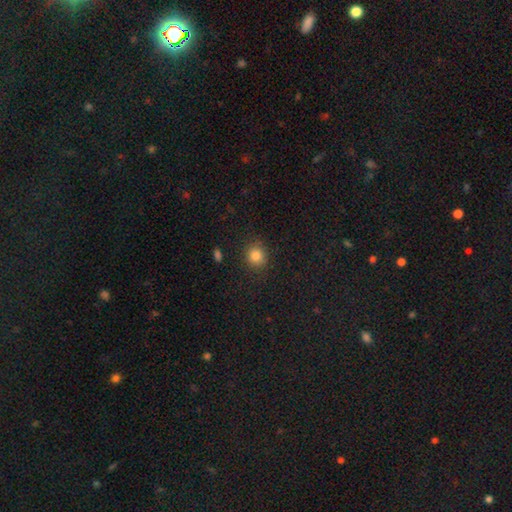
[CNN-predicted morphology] smooth 83%, star or artifact 11%, featured or disk 6%. Down the decision tree: how rounded — round (83%); merging — none (86%).